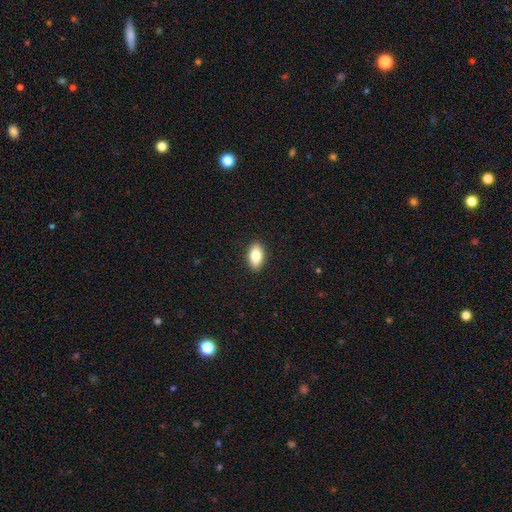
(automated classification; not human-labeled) Overall: smooth (81%). How rounded: in between (90%). Merging: none (90%).